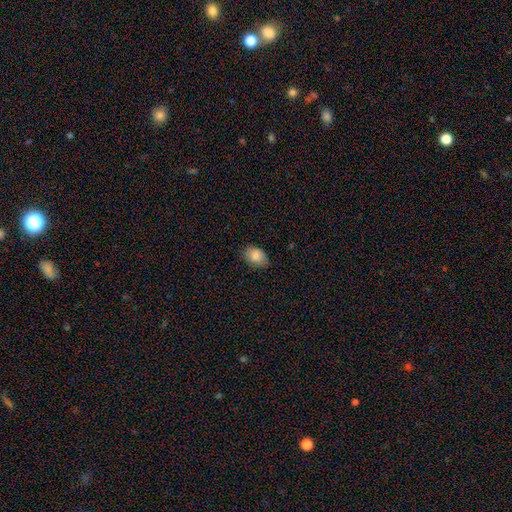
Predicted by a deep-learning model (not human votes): Morphology: type=smooth (85%); roundness=in between (79%); merging=none (77%).